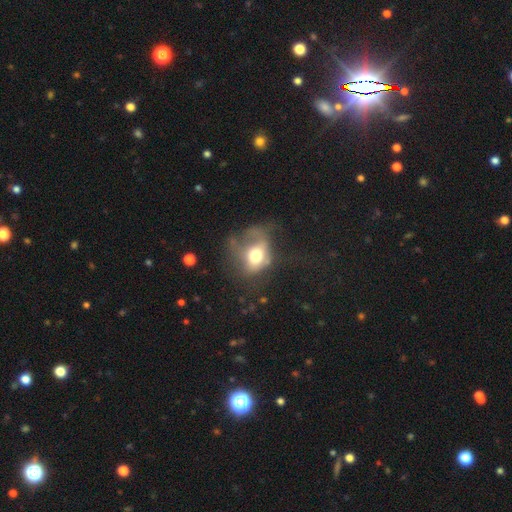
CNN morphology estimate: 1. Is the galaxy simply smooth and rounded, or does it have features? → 57% smooth, 32% featured or disk, 12% star or artifact.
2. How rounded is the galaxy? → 50% in between, 48% round, 1% cigar-shaped.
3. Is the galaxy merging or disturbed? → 47% major disturbance, 26% none, 23% minor disturbance, 4% merger.